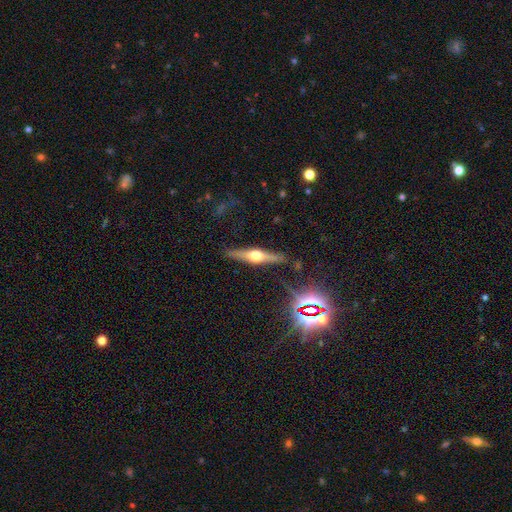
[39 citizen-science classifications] featured or disk 72%, smooth 18%, star or artifact 10%. Down the decision tree: edge-on disk — yes (100%); edge-on bulge — rounded (89%); merging — none (94%).